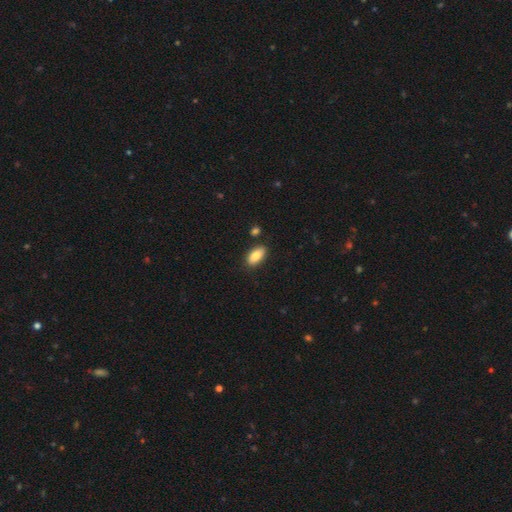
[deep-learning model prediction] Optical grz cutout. It shows a smooth galaxy with no disk features (85%) that is in between round and cigar-shaped (90%). Merging: none (84%).